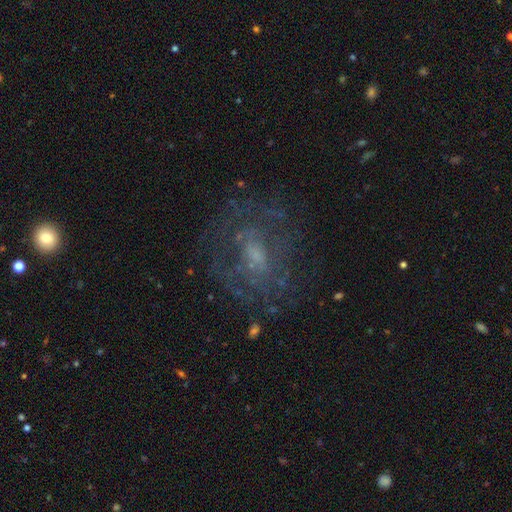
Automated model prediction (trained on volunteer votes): Smooth or featured?
  - featured or disk: 62% *
  - smooth: 21%
  - star or artifact: 17%
Edge-on disk?
  - no: 96% *
  - yes: 4%
Bar?
  - no: 57% *
  - weak: 35%
  - strong: 8%
Spiral arms?
  - yes: 53% *
  - no: 47%
Bulge size?
  - small: 45% *
  - moderate: 32%
  - none: 18%
  - large: 4%
  - dominant: 1%
Merging?
  - none: 67% *
  - minor disturbance: 16%
  - major disturbance: 15%
  - merger: 2%